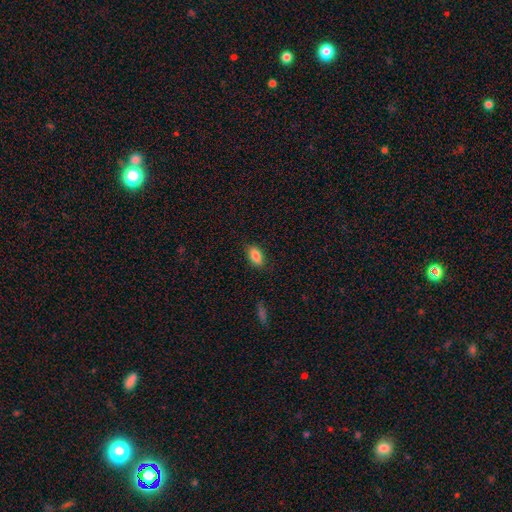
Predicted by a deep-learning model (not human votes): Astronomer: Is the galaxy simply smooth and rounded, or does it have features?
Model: smooth — 84%.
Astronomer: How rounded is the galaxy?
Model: in between — 90%.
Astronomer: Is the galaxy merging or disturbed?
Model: none — 85%.